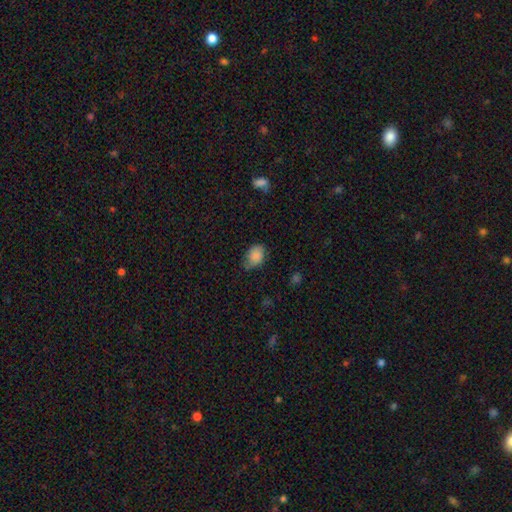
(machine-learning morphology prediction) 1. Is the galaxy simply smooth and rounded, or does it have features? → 85% smooth, 8% star or artifact, 7% featured or disk.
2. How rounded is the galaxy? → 74% in between, 25% round, 1% cigar-shaped.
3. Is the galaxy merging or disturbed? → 58% none, 33% minor disturbance, 7% major disturbance, 2% merger.